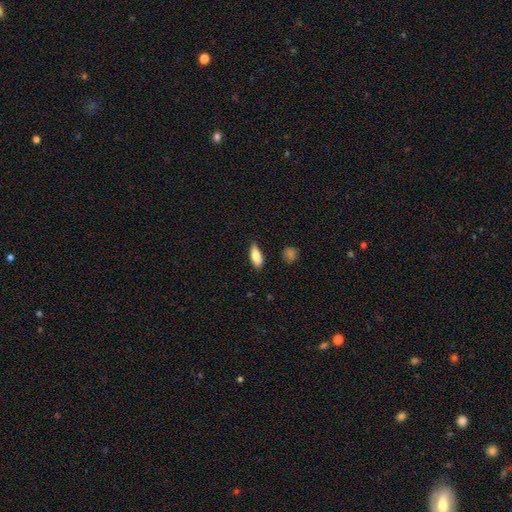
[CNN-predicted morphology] A smooth galaxy with no disk features (73%) that is in between round and cigar-shaped (71%). Merging: none (82%).